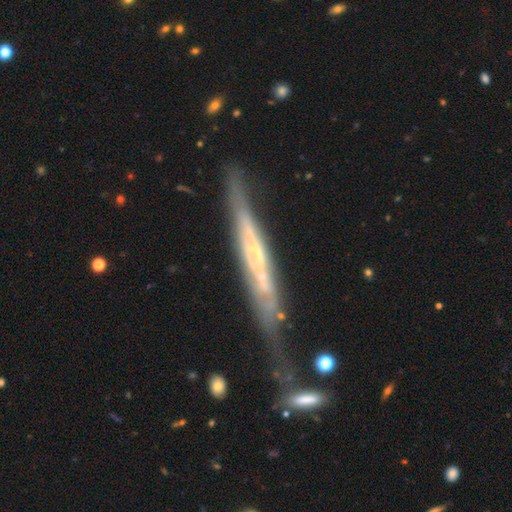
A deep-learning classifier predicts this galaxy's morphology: Smooth or featured?
  - featured or disk: 73% *
  - smooth: 21%
  - star or artifact: 6%
Edge-on disk?
  - yes: 81% *
  - no: 19%
Edge-on bulge?
  - none: 67% *
  - rounded: 22%
  - boxy: 11%
Merging?
  - none: 54% *
  - minor disturbance: 26%
  - major disturbance: 12%
  - merger: 8%